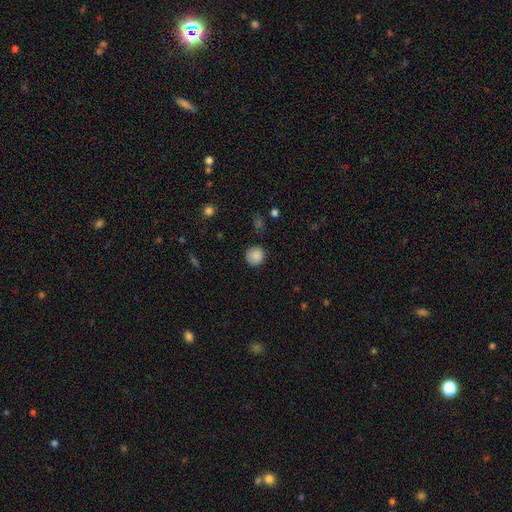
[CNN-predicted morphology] This appears to be a smooth galaxy with no disk features (86%) that is round (90%). Merging: none (83%).